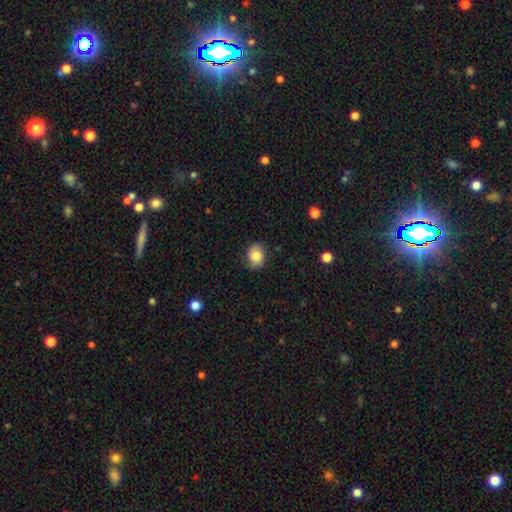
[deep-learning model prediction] smooth-or-featured: smooth: 74% | featured or disk: 17% | star or artifact: 8%
  how-rounded: in between: 59% | round: 40% | cigar-shaped: 1%
  merging: none: 79% | minor disturbance: 16% | major disturbance: 4% | merger: 1%